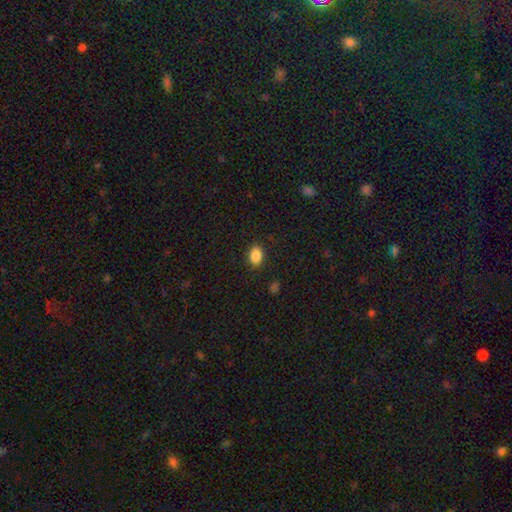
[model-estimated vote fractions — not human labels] smooth 87%, star or artifact 9%, featured or disk 4%. Down the decision tree: how rounded — in between (76%); merging — none (87%).